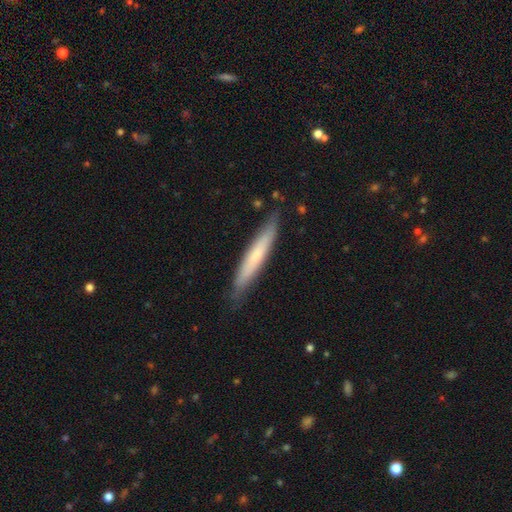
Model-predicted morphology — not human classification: smooth_or_featured: smooth (p=0.59) [alt: featured or disk p=0.35]
how_rounded: cigar-shaped (p=0.93) [alt: in between p=0.06]
merging: none (p=0.82) [alt: minor disturbance p=0.14]